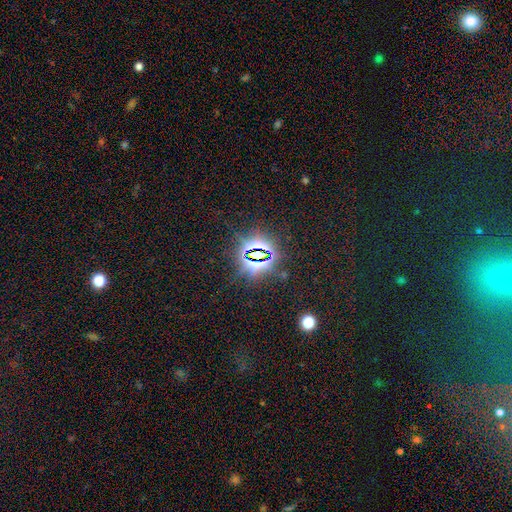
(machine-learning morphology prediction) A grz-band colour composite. It shows a star or artifact, not a galaxy (81%).